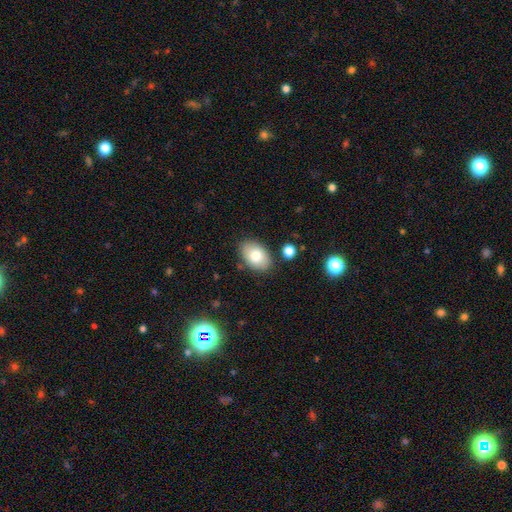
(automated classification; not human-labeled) smooth-or-featured: smooth: 79% | featured or disk: 14% | star or artifact: 7%
  how-rounded: in between: 87% | round: 12% | cigar-shaped: 1%
  merging: none: 83% | minor disturbance: 11% | merger: 3% | major disturbance: 3%